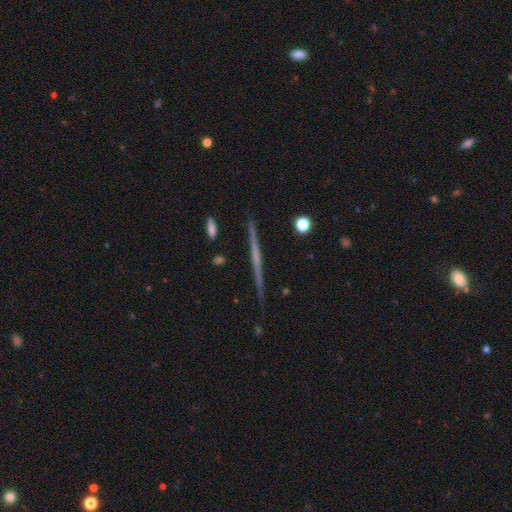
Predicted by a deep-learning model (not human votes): A featured or disk galaxy (72%) viewed edge-on (98%) with no central bulge (69%). Merging: none (92%).